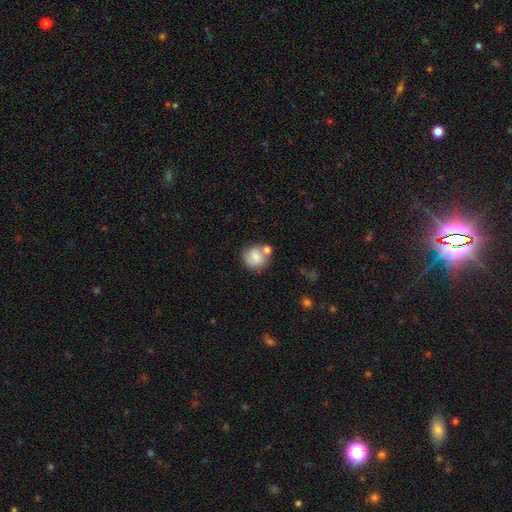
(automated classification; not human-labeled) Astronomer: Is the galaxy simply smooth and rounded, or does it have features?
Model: smooth — 75%.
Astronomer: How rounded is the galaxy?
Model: round — 85%.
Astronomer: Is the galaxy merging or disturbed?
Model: none — 52% (runner-up: merger, 27%).